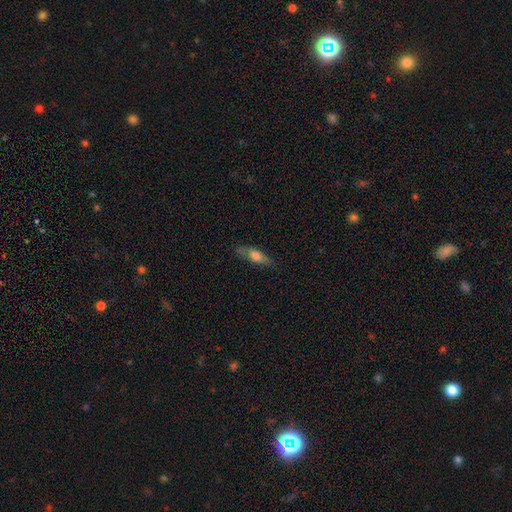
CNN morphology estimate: A smooth galaxy with no disk features (60%) that is in between round and cigar-shaped (52%).

Vote fractions:
- Smooth or featured? smooth: 60% / featured or disk: 33% / star or artifact: 7%
- How rounded? in between: 52% / cigar-shaped: 45% / round: 3%
- Merging? none: 73% / minor disturbance: 20% / major disturbance: 5% / merger: 1%